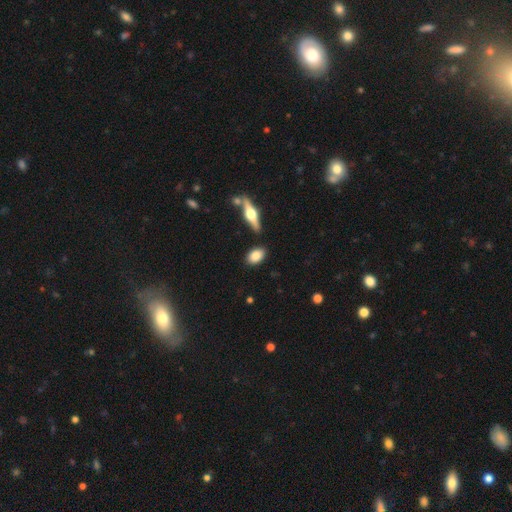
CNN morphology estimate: Q: Smooth or featured?
A: smooth (78%); runner-up: featured or disk (15%)
Q: How rounded?
A: in between (83%); runner-up: round (13%)
Q: Merging?
A: none (84%); runner-up: minor disturbance (10%)